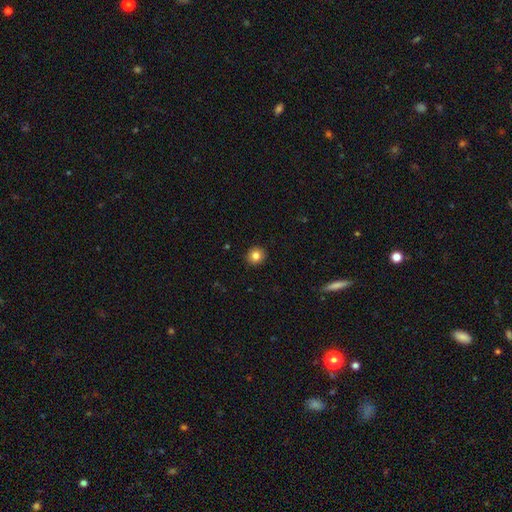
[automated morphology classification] smooth-or-featured: smooth: 84% | star or artifact: 10% | featured or disk: 6%
  how-rounded: round: 88% | in between: 11% | cigar-shaped: 1%
  merging: none: 92% | minor disturbance: 5% | major disturbance: 2% | merger: 1%